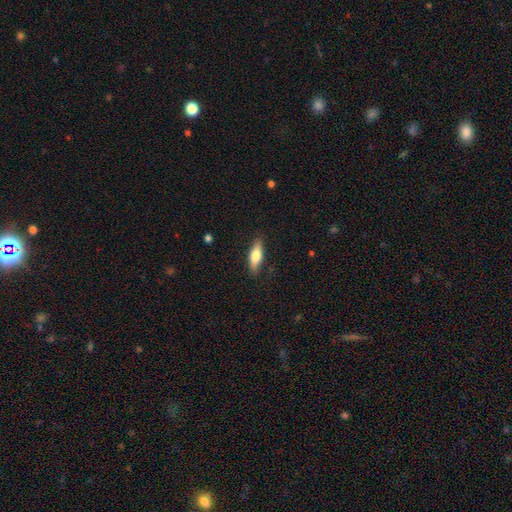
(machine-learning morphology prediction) Overall: smooth (67%). How rounded: in between (53%; cigar-shaped 45%). Merging: none (84%).